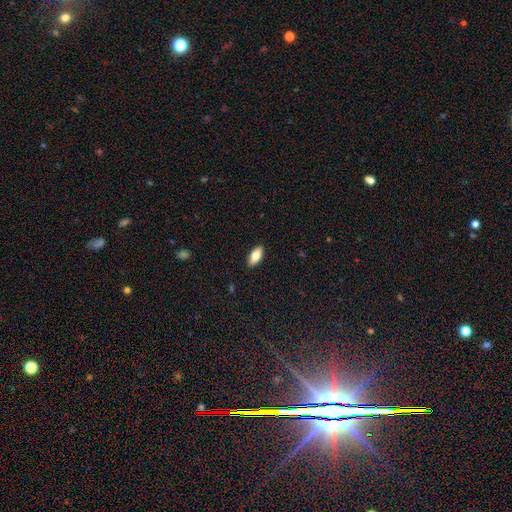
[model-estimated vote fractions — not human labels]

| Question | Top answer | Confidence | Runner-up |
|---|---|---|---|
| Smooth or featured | smooth | 78% | featured or disk (15%) |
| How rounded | in between | 87% | cigar-shaped (11%) |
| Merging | none | 90% | minor disturbance (7%) |